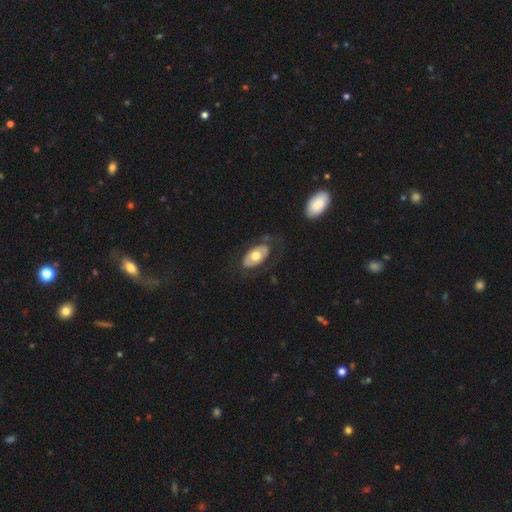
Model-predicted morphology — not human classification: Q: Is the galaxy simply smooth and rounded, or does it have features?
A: smooth — 51%.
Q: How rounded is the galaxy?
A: in between — 93%.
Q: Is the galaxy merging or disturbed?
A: none — 69%.